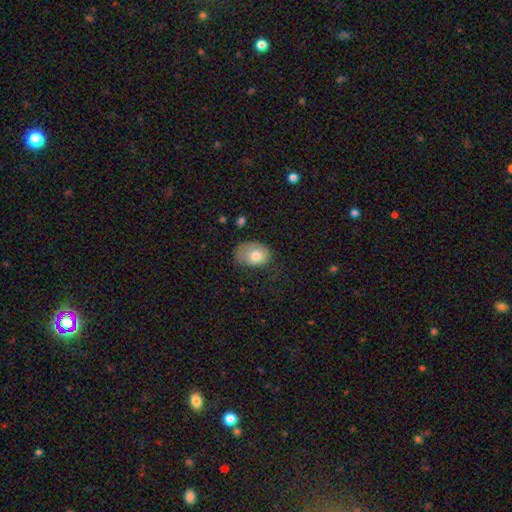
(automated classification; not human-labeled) smooth 78%, featured or disk 15%, star or artifact 7%. Down the decision tree: how rounded — in between (78%); merging — none (42%).